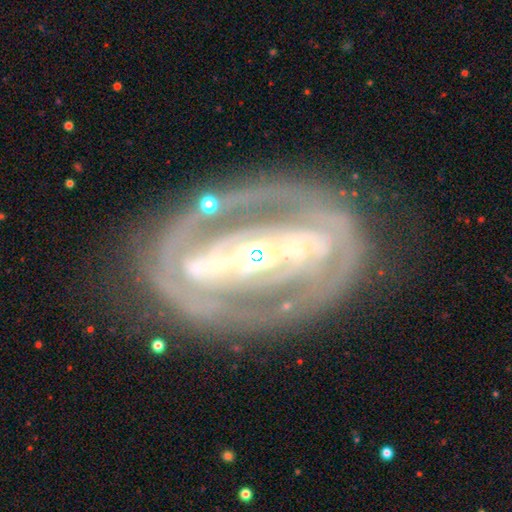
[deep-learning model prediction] Q: Smooth or featured?
A: featured or disk (85%); runner-up: smooth (9%)
Q: Edge-on disk?
A: no (90%); runner-up: yes (10%)
Q: Bar?
A: strong (75%); runner-up: weak (14%)
Q: Spiral arms?
A: yes (66%); runner-up: no (34%)
Q: Spiral winding?
A: tight (57%); runner-up: medium (31%)
Q: Spiral arm count?
A: 2 (66%); runner-up: can't tell (20%)
Q: Bulge size?
A: small (44%); runner-up: moderate (38%)
Q: Merging?
A: none (71%); runner-up: minor disturbance (15%)